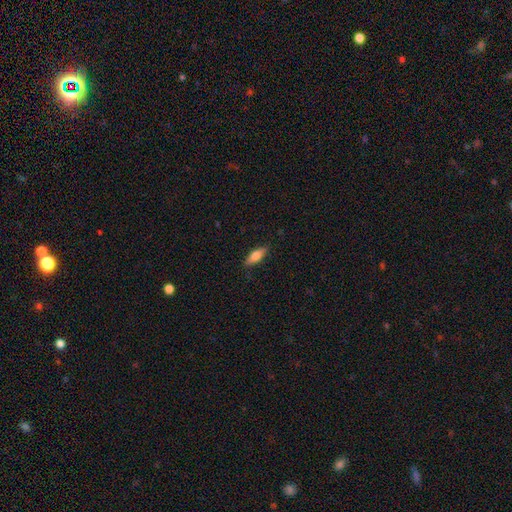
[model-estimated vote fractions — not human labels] smooth-or-featured: smooth: 68% | featured or disk: 26% | star or artifact: 6%
  how-rounded: in between: 59% | cigar-shaped: 39% | round: 2%
  merging: none: 86% | minor disturbance: 11% | major disturbance: 2% | merger: 1%